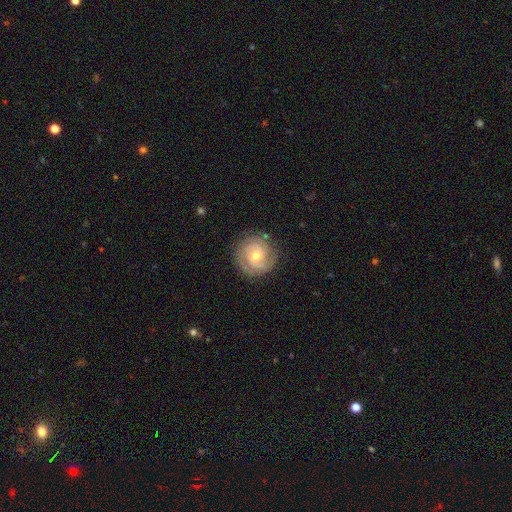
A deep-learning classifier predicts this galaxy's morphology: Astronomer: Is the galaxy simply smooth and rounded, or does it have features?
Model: featured or disk — 81%.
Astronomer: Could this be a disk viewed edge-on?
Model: no — 98%.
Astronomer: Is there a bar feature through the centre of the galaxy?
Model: no — 65%.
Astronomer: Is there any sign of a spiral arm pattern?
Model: yes — 94%.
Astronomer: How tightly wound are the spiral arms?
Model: tight — 70%.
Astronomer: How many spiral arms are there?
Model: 2 — 45% (runner-up: 3, 21%).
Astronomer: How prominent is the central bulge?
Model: moderate — 65%.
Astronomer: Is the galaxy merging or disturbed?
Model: none — 82%.